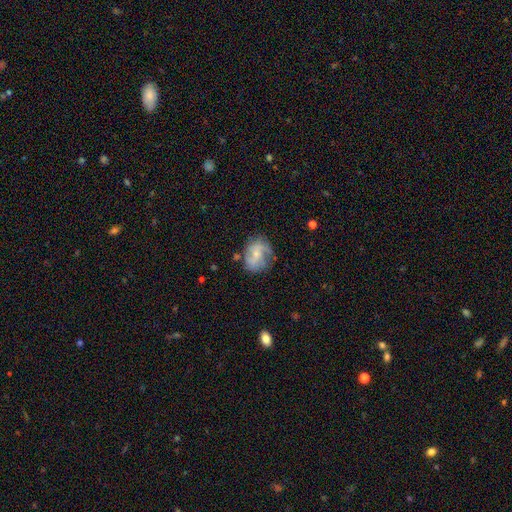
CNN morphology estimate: smooth_or_featured: featured or disk (p=0.55) [alt: smooth p=0.37]
disk_edge_on: no (p=0.97) [alt: yes p=0.03]
bar: no (p=0.64) [alt: weak p=0.31]
has_spiral_arms: yes (p=0.76) [alt: no p=0.24]
bulge_size: small (p=0.58) [alt: moderate p=0.29]
merging: none (p=0.54) [alt: minor disturbance p=0.27]